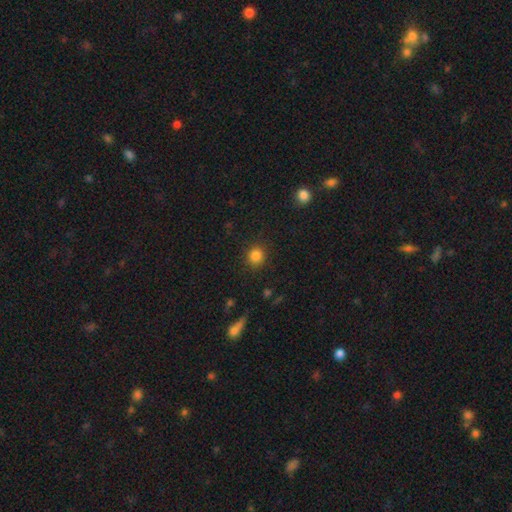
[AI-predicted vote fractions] Smooth or featured: smooth — 84% (star or artifact — 12%)
How rounded: round — 86% (in between — 14%)
Merging: none — 88% (minor disturbance — 8%)